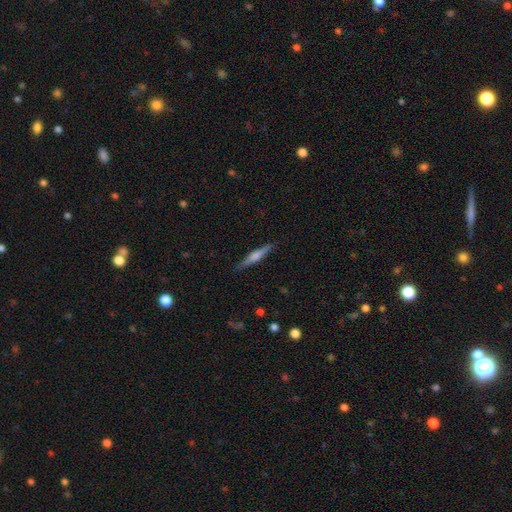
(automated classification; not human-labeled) This appears to be a featured or disk galaxy (60%) viewed edge-on (97%) with a rounded central bulge (71%). Merging: none (89%).